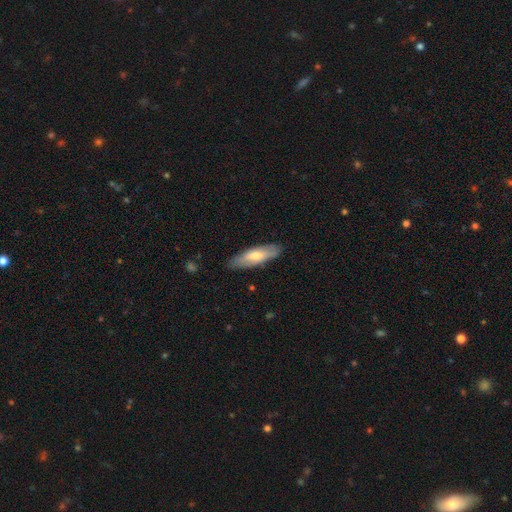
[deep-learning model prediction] The model was most divided on "how rounded": in between: 51%, cigar-shaped: 47%, round: 2%. More confident: merging — none (83%); smooth or featured — smooth (65%).